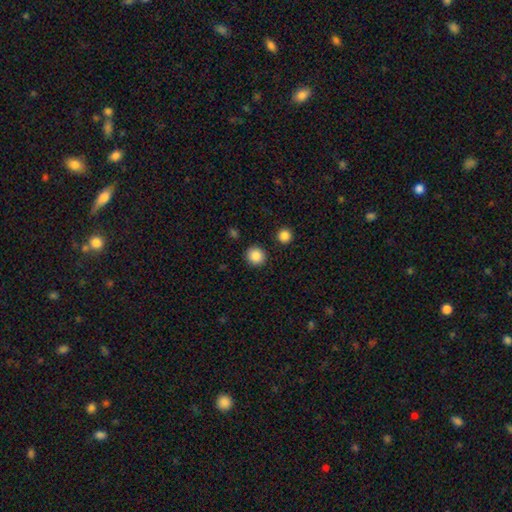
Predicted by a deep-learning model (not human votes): smooth_or_featured: smooth (p=0.87) [alt: star or artifact p=0.09]
how_rounded: round (p=0.91) [alt: in between p=0.08]
merging: none (p=0.90) [alt: minor disturbance p=0.06]